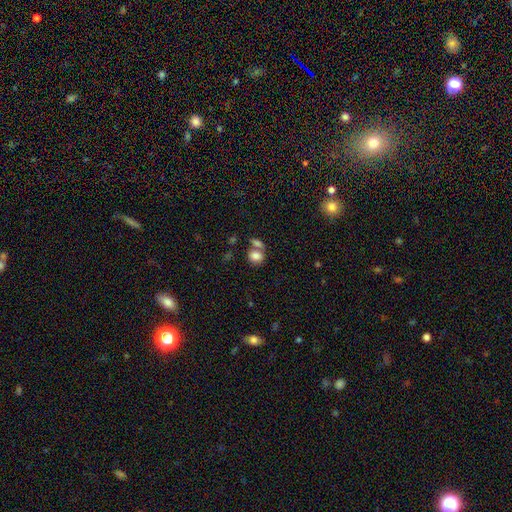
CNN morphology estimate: Smooth or featured?
  - smooth: 81% *
  - featured or disk: 9%
  - star or artifact: 9%
How rounded?
  - in between: 54% *
  - round: 44%
  - cigar-shaped: 2%
Merging?
  - none: 44% *
  - merger: 40%
  - minor disturbance: 11%
  - major disturbance: 5%